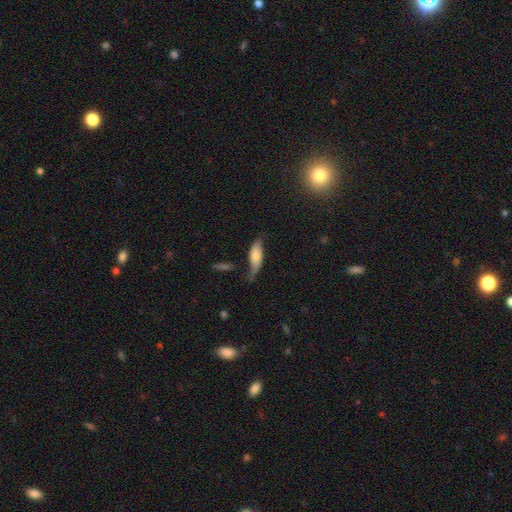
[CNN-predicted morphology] Smooth or featured: smooth — 63% (featured or disk — 30%)
How rounded: in between — 67% (cigar-shaped — 31%)
Merging: none — 46% (minor disturbance — 34%)